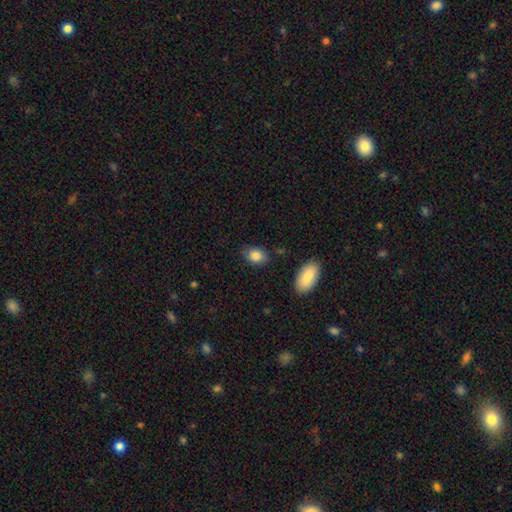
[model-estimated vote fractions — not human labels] Smooth or featured? Predicted: smooth (p=0.86). How rounded? Predicted: in between (p=0.77). Merging? Predicted: none (p=0.79).